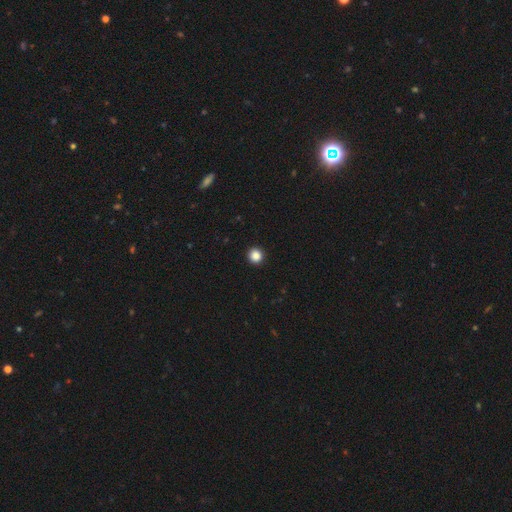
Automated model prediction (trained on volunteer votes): Smooth or featured? Predicted: smooth (p=0.87). How rounded? Predicted: round (p=0.94). Merging? Predicted: none (p=0.94).